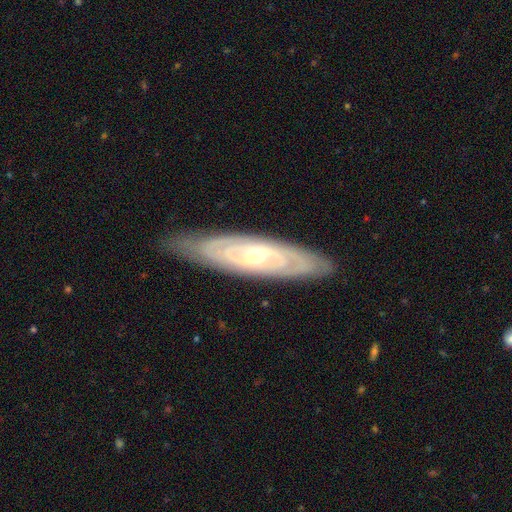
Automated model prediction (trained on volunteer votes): smooth_or_featured: featured or disk (p=0.81) [alt: smooth p=0.13]
disk_edge_on: no (p=0.75) [alt: yes p=0.25]
bar: no (p=0.53) [alt: weak p=0.35]
has_spiral_arms: yes (p=0.89) [alt: no p=0.11]
spiral_winding: tight (p=0.74) [alt: medium p=0.21]
spiral_arm_count: can't tell (p=0.53) [alt: 2 p=0.26]
bulge_size: small (p=0.54) [alt: moderate p=0.43]
merging: none (p=0.82) [alt: minor disturbance p=0.15]